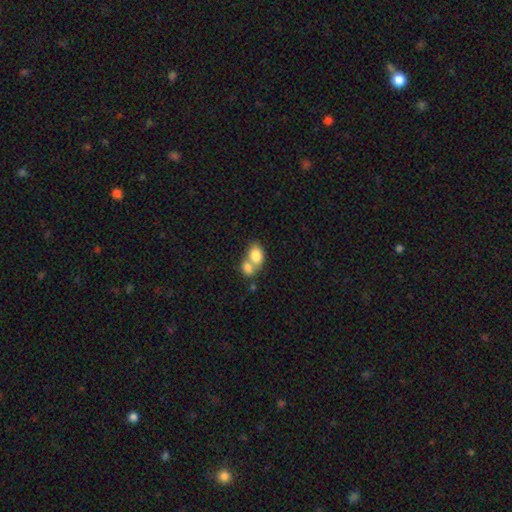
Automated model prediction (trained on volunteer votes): smooth_or_featured: smooth (p=0.81) [alt: featured or disk p=0.12]
how_rounded: in between (p=0.76) [alt: round p=0.23]
merging: merger (p=0.66) [alt: none p=0.24]